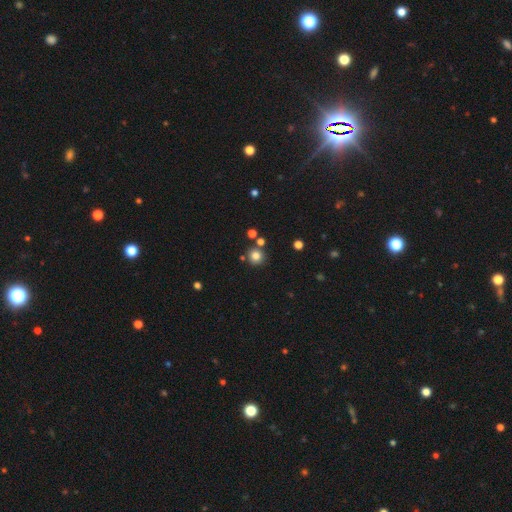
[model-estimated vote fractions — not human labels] A smooth galaxy with no disk features (80%) that is round (93%).

Vote fractions:
- Smooth or featured? smooth: 80% / star or artifact: 14% / featured or disk: 6%
- How rounded? round: 93% / in between: 6% / cigar-shaped: 1%
- Merging? none: 81% / merger: 9% / minor disturbance: 8% / major disturbance: 3%